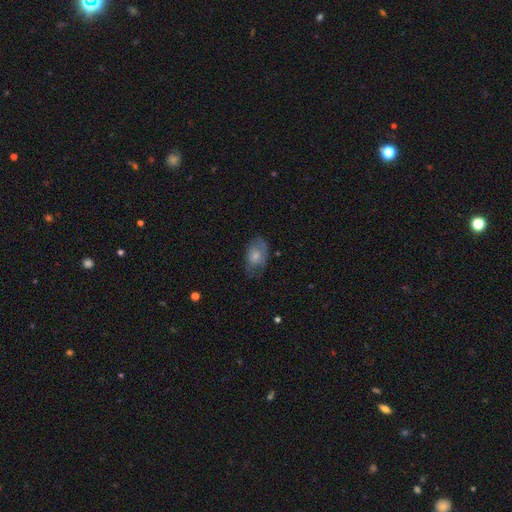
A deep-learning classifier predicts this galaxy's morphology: A smooth galaxy with no disk features (62%) that is in between round and cigar-shaped (86%).

Vote fractions:
- Smooth or featured? smooth: 62% / featured or disk: 30% / star or artifact: 8%
- How rounded? in between: 86% / round: 12% / cigar-shaped: 2%
- Merging? none: 55% / minor disturbance: 29% / major disturbance: 15% / merger: 2%